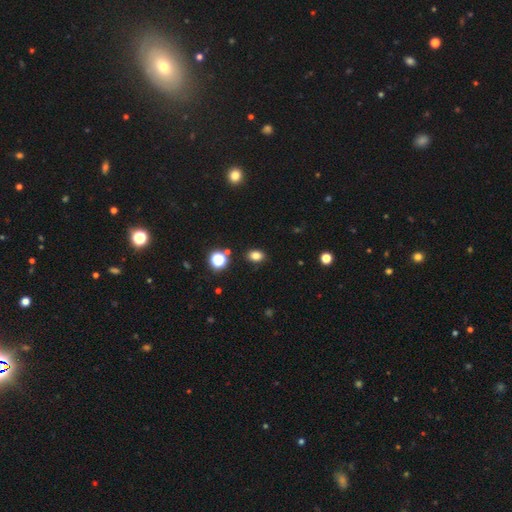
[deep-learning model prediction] A smooth galaxy with no disk features (81%) that is in between round and cigar-shaped (70%). Merging: none (87%).